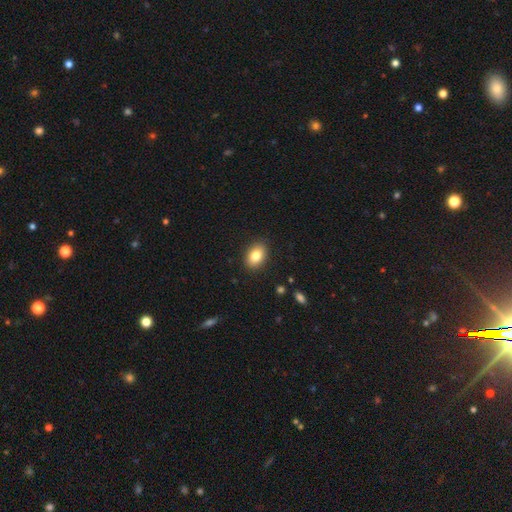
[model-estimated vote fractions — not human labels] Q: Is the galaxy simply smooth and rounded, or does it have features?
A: smooth — 83%.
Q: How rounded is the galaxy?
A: in between — 83%.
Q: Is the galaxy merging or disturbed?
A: none — 89%.